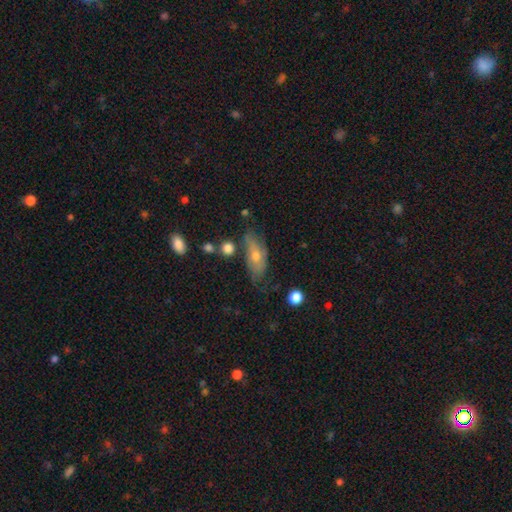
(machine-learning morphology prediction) smooth 50%, featured or disk 41%, star or artifact 10%. Down the decision tree: merging — none (58%).